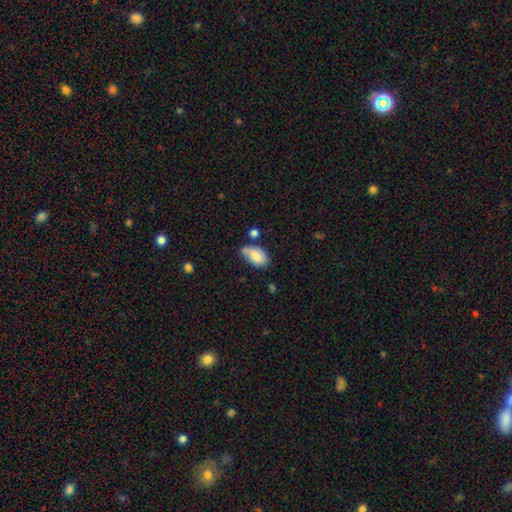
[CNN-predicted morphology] Q: Smooth or featured?
A: smooth (68%); runner-up: featured or disk (25%)
Q: How rounded?
A: in between (92%); runner-up: round (6%)
Q: Merging?
A: none (45%); runner-up: minor disturbance (33%)